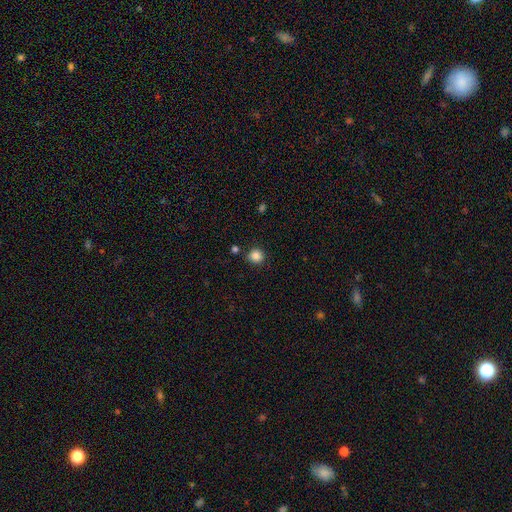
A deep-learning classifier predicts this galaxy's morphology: Smooth or featured? smooth (86%)
How rounded? round (90%)
Merging? none (85%)